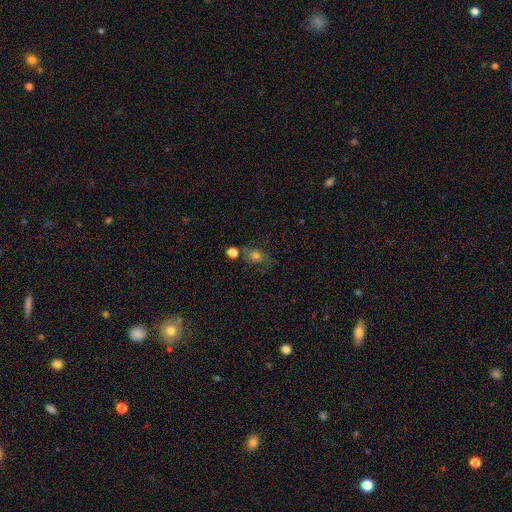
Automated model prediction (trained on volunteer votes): Smooth or featured?
  - smooth: 65% *
  - featured or disk: 20%
  - star or artifact: 14%
How rounded?
  - in between: 51% *
  - round: 47%
  - cigar-shaped: 2%
Merging?
  - none: 56% *
  - minor disturbance: 21%
  - merger: 12%
  - major disturbance: 11%